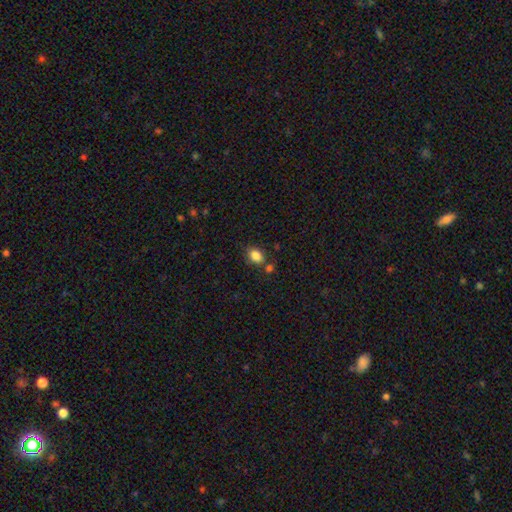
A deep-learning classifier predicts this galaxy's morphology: Overall: smooth (85%). How rounded: in between (67%; round 32%). Merging: none (68%).